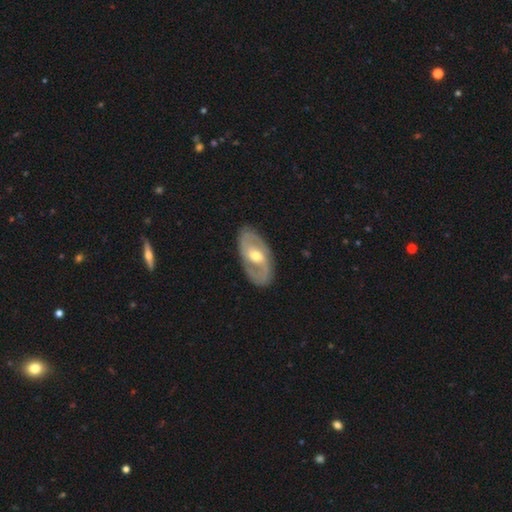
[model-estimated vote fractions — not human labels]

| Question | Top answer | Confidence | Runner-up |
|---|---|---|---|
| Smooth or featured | featured or disk | 80% | smooth (15%) |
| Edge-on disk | no | 93% | yes (7%) |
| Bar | weak | 43% | no (36%) |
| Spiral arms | yes | 84% | no (16%) |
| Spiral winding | medium | 44% | tight (36%) |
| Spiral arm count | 2 | 84% | can't tell (10%) |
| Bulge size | moderate | 69% | small (25%) |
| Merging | none | 84% | minor disturbance (11%) |